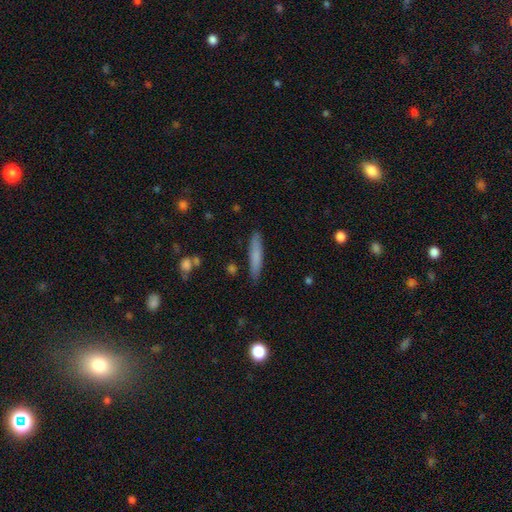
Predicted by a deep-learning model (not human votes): Morphology: type=smooth (76%); roundness=cigar-shaped (92%); merging=none (88%).